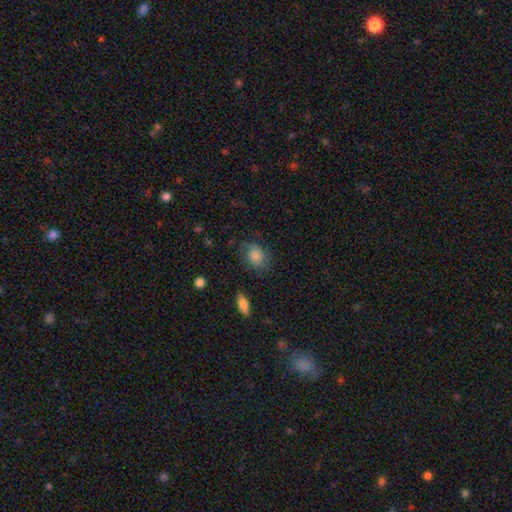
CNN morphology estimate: This appears to be a smooth galaxy with no disk features (75%) that is in between round and cigar-shaped (54%). Merging: none (63%).